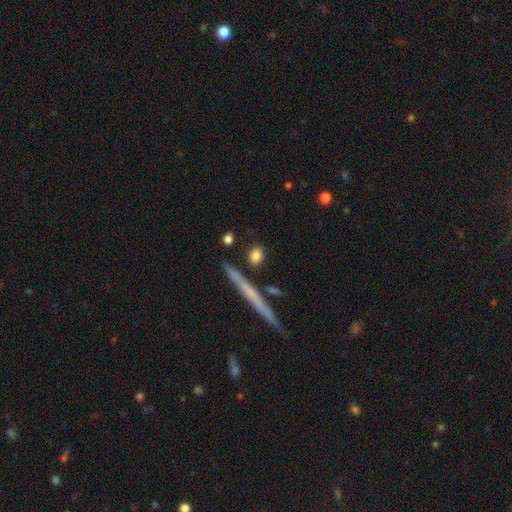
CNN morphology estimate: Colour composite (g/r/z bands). It shows a smooth galaxy with no disk features (82%) that is in between round and cigar-shaped (50%). Merging: none (82%).